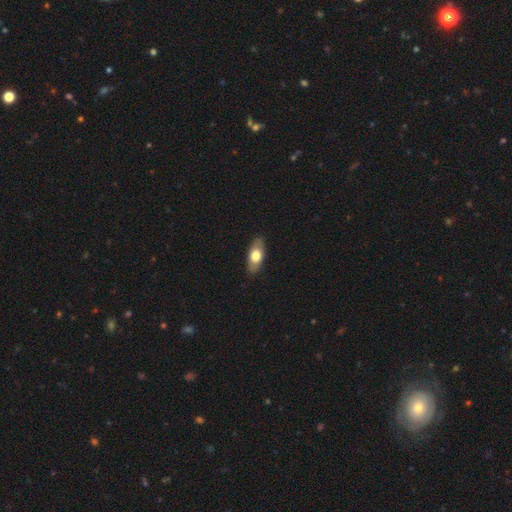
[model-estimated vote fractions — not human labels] This appears to be a smooth galaxy with no disk features (66%) that is in between round and cigar-shaped (86%). Merging: none (86%).